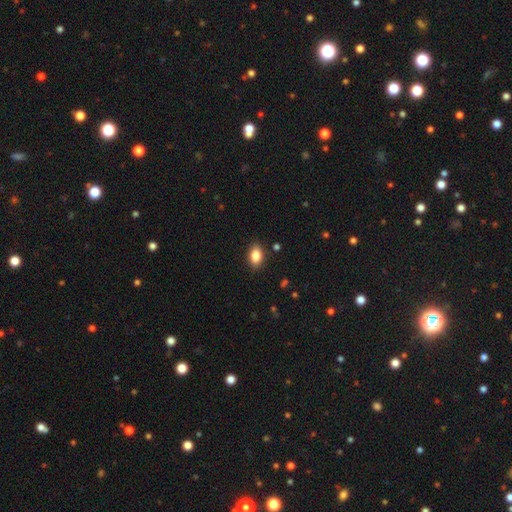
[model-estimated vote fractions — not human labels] smooth 84%, star or artifact 9%, featured or disk 7%. Down the decision tree: how rounded — in between (86%); merging — none (88%).